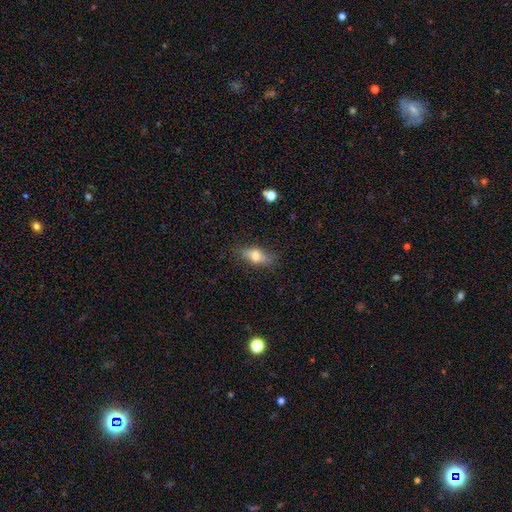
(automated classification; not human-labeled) Overall: smooth (58%; featured or disk 33%). How rounded: in between (67%). Merging: none (81%).